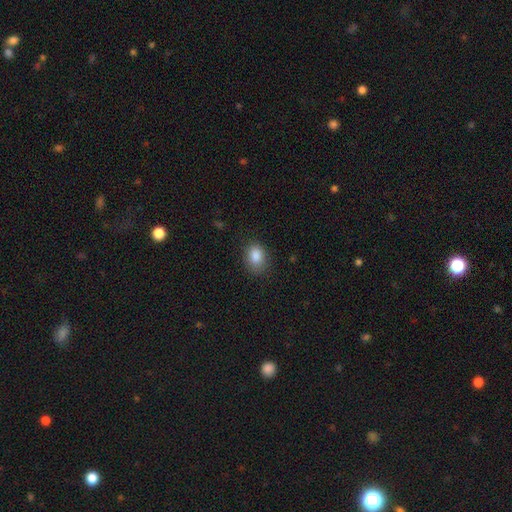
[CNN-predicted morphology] smooth_or_featured: smooth (p=0.86) [alt: star or artifact p=0.09]
how_rounded: in between (p=0.71) [alt: round p=0.28]
merging: none (p=0.79) [alt: minor disturbance p=0.16]